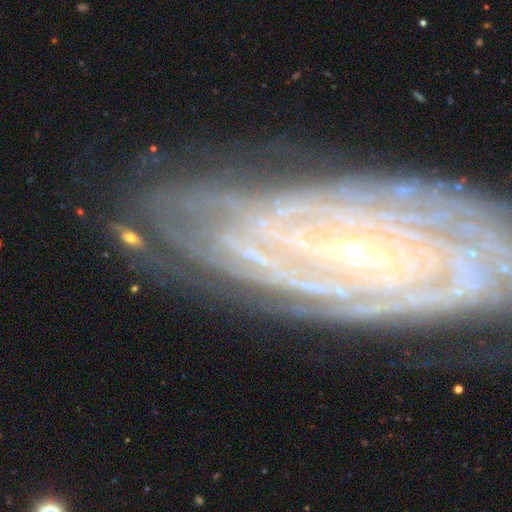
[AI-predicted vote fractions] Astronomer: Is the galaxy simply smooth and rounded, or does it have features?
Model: featured or disk — 75%.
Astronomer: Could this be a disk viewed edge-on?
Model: no — 89%.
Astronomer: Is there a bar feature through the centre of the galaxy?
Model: no — 47% (runner-up: weak, 30%).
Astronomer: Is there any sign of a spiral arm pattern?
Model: yes — 86%.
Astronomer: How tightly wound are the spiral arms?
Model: tight — 70%.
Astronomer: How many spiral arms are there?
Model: can't tell — 41% (runner-up: 2, 16%).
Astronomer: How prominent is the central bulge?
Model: small — 68%.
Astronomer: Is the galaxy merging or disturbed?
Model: none — 65%.